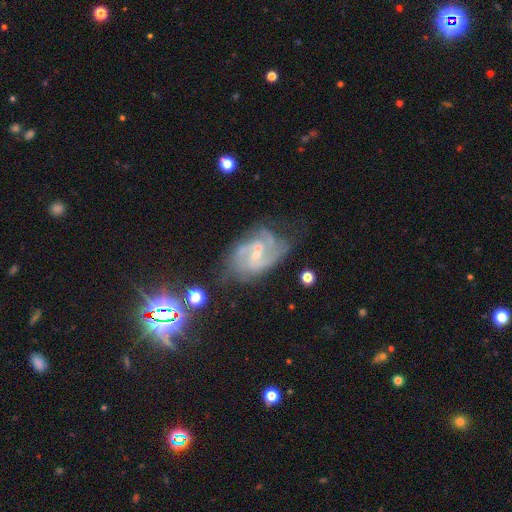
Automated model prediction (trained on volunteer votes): smooth-or-featured: featured or disk: 84% | star or artifact: 8% | smooth: 8%
  disk-edge-on: no: 97% | yes: 3%
    bar: weak: 49% | no: 35% | strong: 16%
    has-spiral-arms: yes: 94% | no: 6%
      spiral-winding: medium: 50% | tight: 31% | loose: 19%
      spiral-arm-count: 2: 50% | can't tell: 19% | 3: 18% | 4: 5% | 1: 4% | more than 4: 3%
    bulge-size: small: 68% | moderate: 26% | none: 4% | large: 1% | dominant: 1%
  merging: none: 51% | minor disturbance: 23% | major disturbance: 15% | merger: 11%